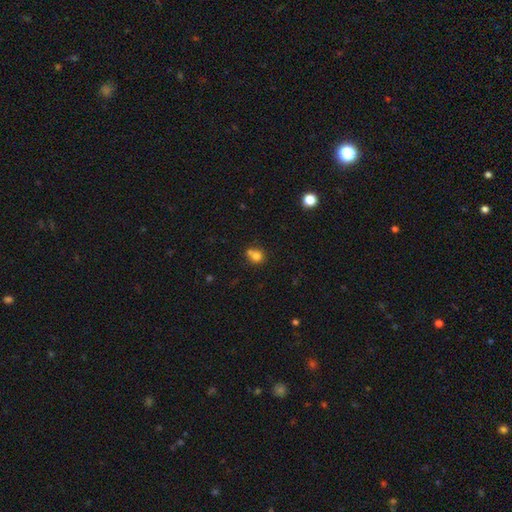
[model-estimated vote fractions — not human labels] The model was most divided on "merging": none: 44%, merger: 37%, minor disturbance: 13%, major disturbance: 5%. More confident: how rounded — round (77%); smooth or featured — smooth (75%).